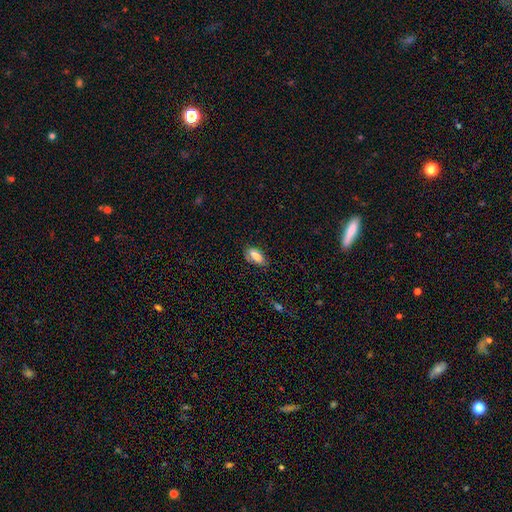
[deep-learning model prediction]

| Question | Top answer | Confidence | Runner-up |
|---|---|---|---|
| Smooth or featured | smooth | 82% | star or artifact (9%) |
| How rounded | in between | 83% | cigar-shaped (14%) |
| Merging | none | 70% | minor disturbance (22%) |